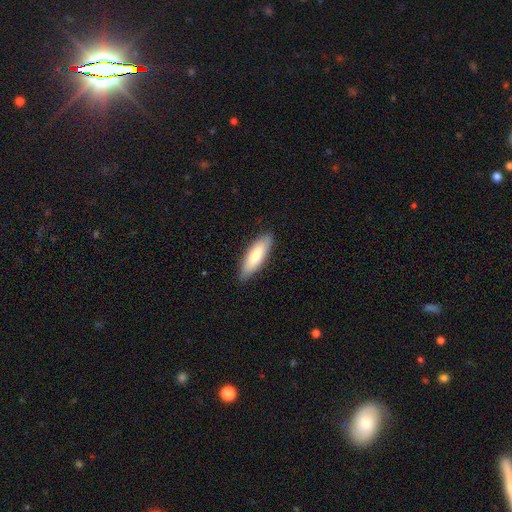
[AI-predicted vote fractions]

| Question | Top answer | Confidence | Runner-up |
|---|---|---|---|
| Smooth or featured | smooth | 77% | featured or disk (18%) |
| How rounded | cigar-shaped | 51% | in between (48%) |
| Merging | none | 87% | minor disturbance (10%) |